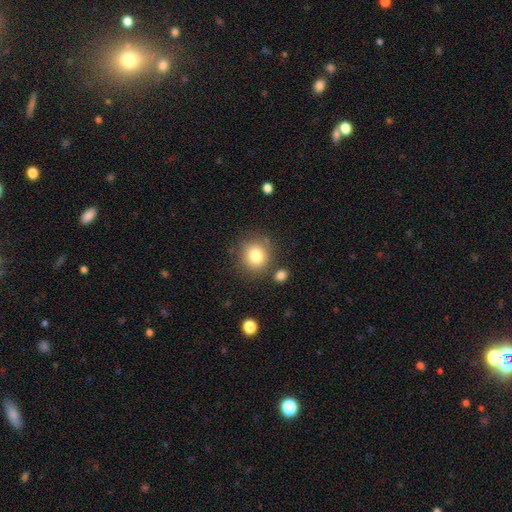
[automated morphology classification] This is clearly a smooth galaxy (80%). How rounded: clearly round (87%). Merging: likely none (79%).